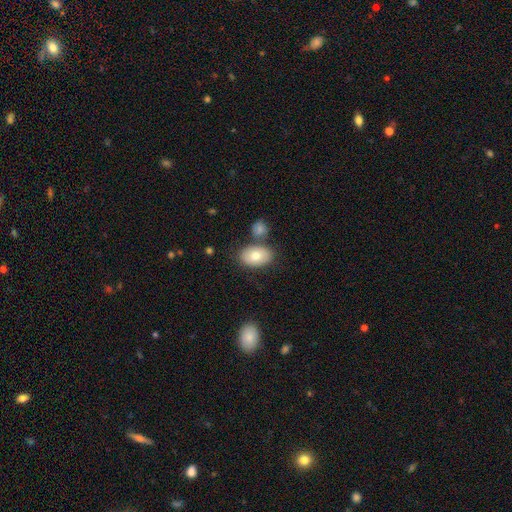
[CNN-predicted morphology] smooth-or-featured: smooth: 77% | featured or disk: 16% | star or artifact: 7%
  how-rounded: in between: 88% | round: 11% | cigar-shaped: 1%
  merging: none: 70% | merger: 14% | minor disturbance: 12% | major disturbance: 4%